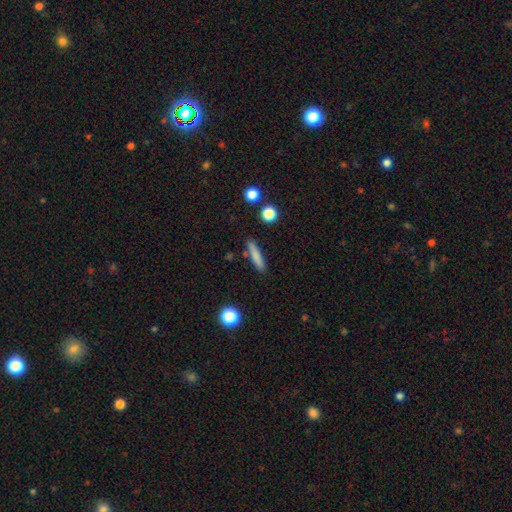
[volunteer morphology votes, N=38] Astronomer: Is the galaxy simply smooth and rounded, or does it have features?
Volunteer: smooth — 84%.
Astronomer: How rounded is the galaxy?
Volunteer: cigar-shaped — 78%.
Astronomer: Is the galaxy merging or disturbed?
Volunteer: none — 86%.